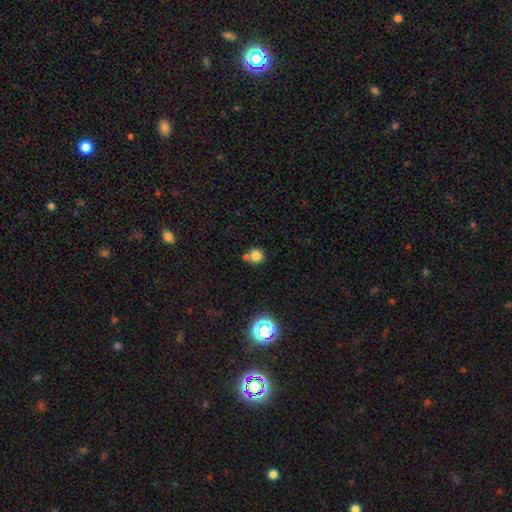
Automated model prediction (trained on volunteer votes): Smooth or featured?
  - smooth: 79% *
  - star or artifact: 14%
  - featured or disk: 8%
How rounded?
  - round: 89% *
  - in between: 10%
  - cigar-shaped: 1%
Merging?
  - none: 56% *
  - merger: 30%
  - minor disturbance: 11%
  - major disturbance: 3%